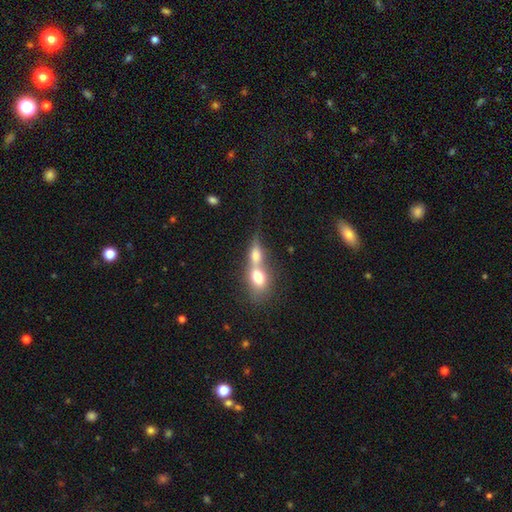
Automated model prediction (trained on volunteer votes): A smooth galaxy with no disk features (67%) that is in between round and cigar-shaped (61%). Merging: merger (76%).